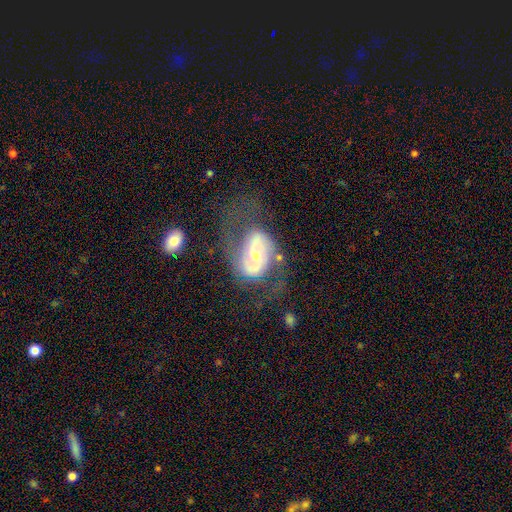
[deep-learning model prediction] smooth_or_featured: featured or disk (p=0.82) [alt: smooth p=0.12]
disk_edge_on: no (p=0.96) [alt: yes p=0.04]
bar: weak (p=0.41) [alt: no p=0.39]
has_spiral_arms: yes (p=0.91) [alt: no p=0.09]
spiral_winding: medium (p=0.46) [alt: loose p=0.34]
spiral_arm_count: 2 (p=0.85) [alt: can't tell p=0.08]
bulge_size: moderate (p=0.60) [alt: small p=0.33]
merging: none (p=0.50) [alt: major disturbance p=0.25]